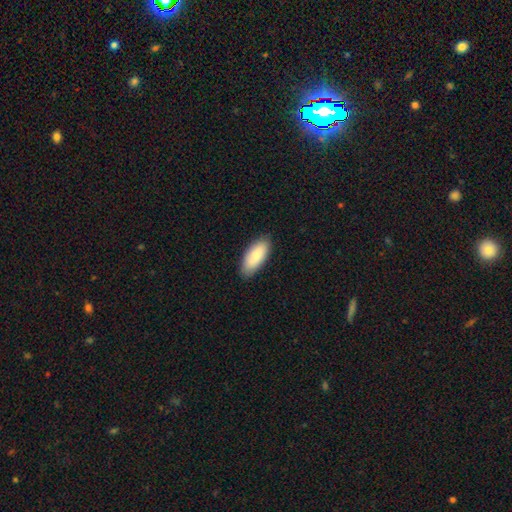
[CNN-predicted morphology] Smooth or featured?
  - smooth: 86% *
  - featured or disk: 9%
  - star or artifact: 5%
How rounded?
  - in between: 86% *
  - cigar-shaped: 12%
  - round: 2%
Merging?
  - none: 86% *
  - minor disturbance: 11%
  - major disturbance: 2%
  - merger: 1%